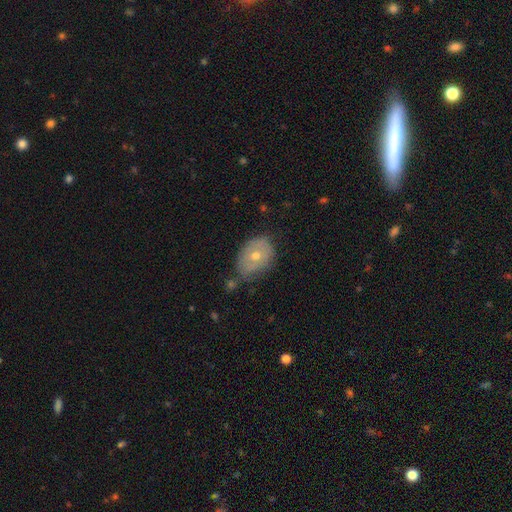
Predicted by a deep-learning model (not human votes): Smooth or featured? Predicted: smooth (p=0.49). Merging? Predicted: none (p=0.58).